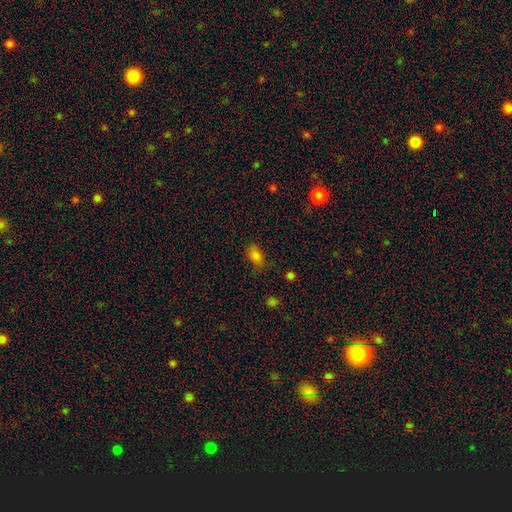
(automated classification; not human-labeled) A smooth galaxy with no disk features (80%) that is in between round and cigar-shaped (86%).

Vote fractions:
- Smooth or featured? smooth: 80% / star or artifact: 14% / featured or disk: 6%
- How rounded? in between: 86% / round: 12% / cigar-shaped: 2%
- Merging? none: 74% / minor disturbance: 19% / major disturbance: 5% / merger: 2%